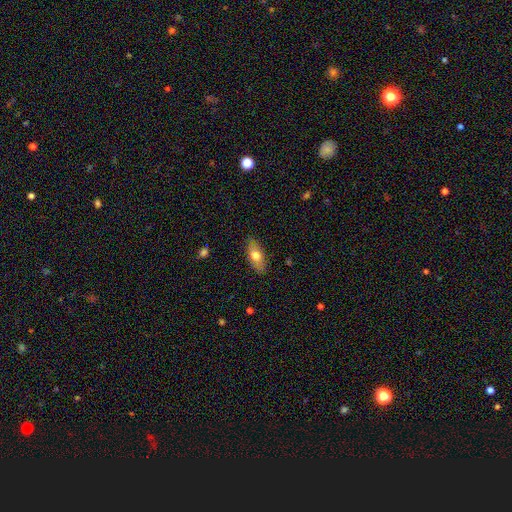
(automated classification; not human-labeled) Morphology: type=smooth (70%); roundness=in between (81%); merging=none (85%).